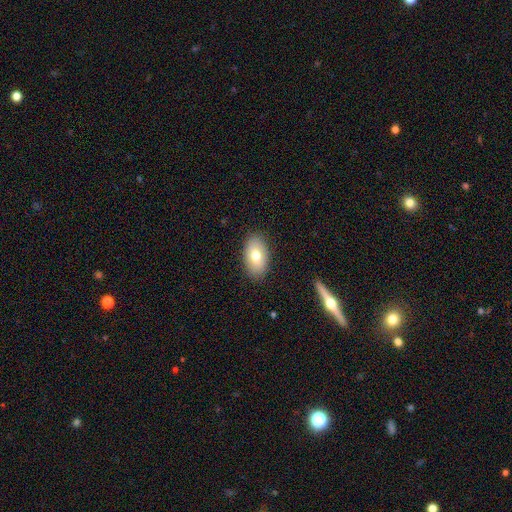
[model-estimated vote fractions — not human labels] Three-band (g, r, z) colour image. It shows a smooth galaxy with no disk features (74%) that is in between round and cigar-shaped (92%). Merging: none (87%).